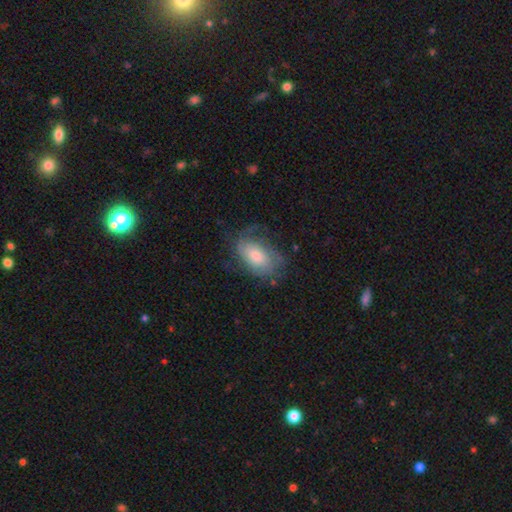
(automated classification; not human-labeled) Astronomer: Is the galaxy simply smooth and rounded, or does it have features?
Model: smooth — 48% (runner-up: featured or disk, 44%).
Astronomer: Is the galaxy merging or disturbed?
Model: none — 56%.